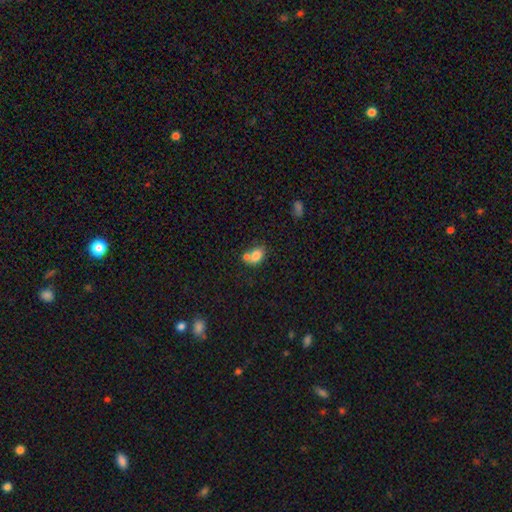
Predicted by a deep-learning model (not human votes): Smooth or featured?
  - smooth: 79% *
  - featured or disk: 11%
  - star or artifact: 10%
How rounded?
  - in between: 73% *
  - round: 26%
  - cigar-shaped: 1%
Merging?
  - none: 41% *
  - merger: 40%
  - minor disturbance: 14%
  - major disturbance: 5%